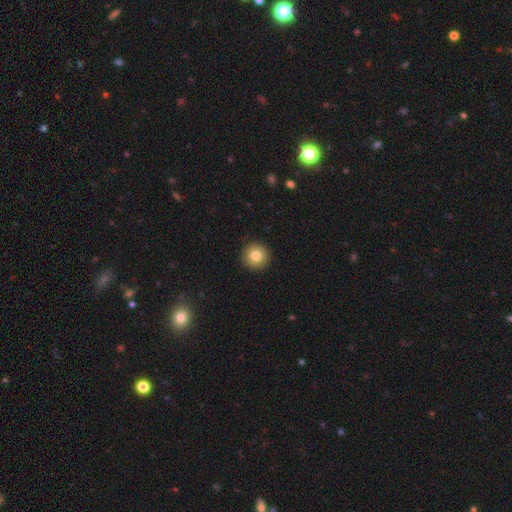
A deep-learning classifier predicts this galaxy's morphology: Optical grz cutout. It shows a smooth galaxy with no disk features (81%) that is round (96%). Merging: none (93%).